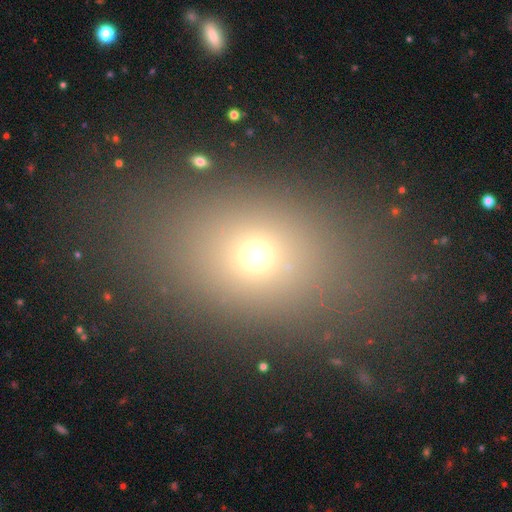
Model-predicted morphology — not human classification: Smooth or featured?
  - smooth: 67% *
  - star or artifact: 22%
  - featured or disk: 12%
How rounded?
  - in between: 67% *
  - round: 31%
  - cigar-shaped: 2%
Merging?
  - none: 81% *
  - minor disturbance: 10%
  - major disturbance: 6%
  - merger: 3%